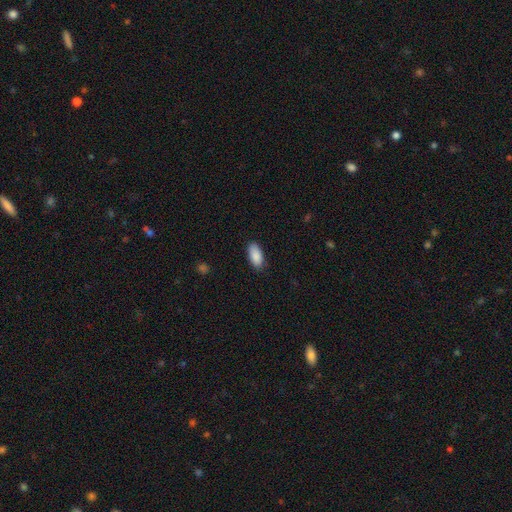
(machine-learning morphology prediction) smooth_or_featured: smooth (p=0.90) [alt: star or artifact p=0.06]
how_rounded: in between (p=0.91) [alt: cigar-shaped p=0.07]
merging: none (p=0.84) [alt: minor disturbance p=0.12]